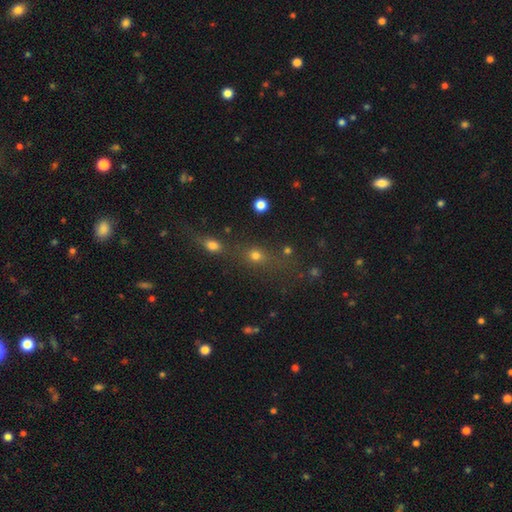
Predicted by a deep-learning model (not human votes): Q: Smooth or featured?
A: smooth (65%); runner-up: star or artifact (23%)
Q: How rounded?
A: round (63%); runner-up: in between (31%)
Q: Merging?
A: none (50%); runner-up: merger (31%)